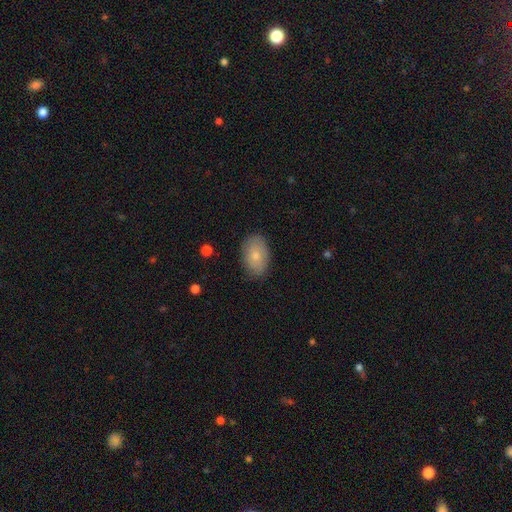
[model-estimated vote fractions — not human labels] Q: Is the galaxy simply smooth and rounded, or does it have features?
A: smooth — 77%.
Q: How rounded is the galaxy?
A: in between — 89%.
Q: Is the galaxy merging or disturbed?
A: none — 83%.